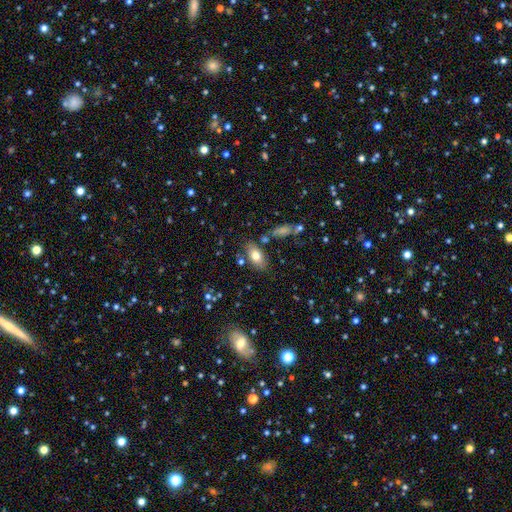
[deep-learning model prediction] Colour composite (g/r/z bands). It shows a smooth galaxy with no disk features (76%) that is in between round and cigar-shaped (92%). Merging: none (76%).